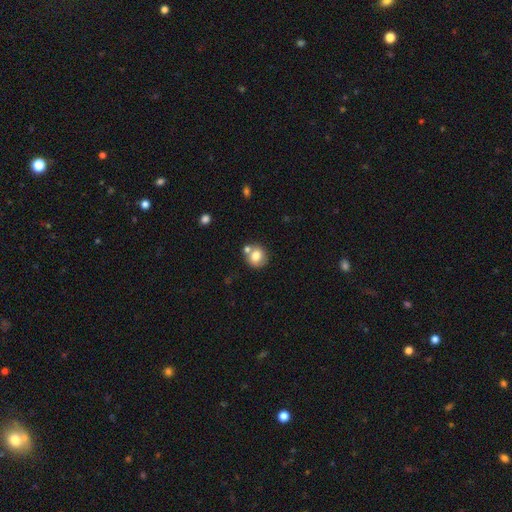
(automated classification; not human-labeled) Morphology: type=smooth (77%); roundness=round (81%); merging=none (62%).